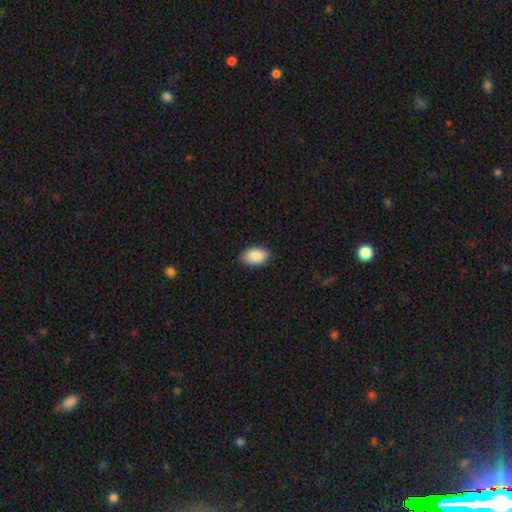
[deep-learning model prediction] Q: Smooth or featured?
A: smooth (89%); runner-up: star or artifact (7%)
Q: How rounded?
A: in between (92%); runner-up: round (6%)
Q: Merging?
A: none (88%); runner-up: minor disturbance (9%)